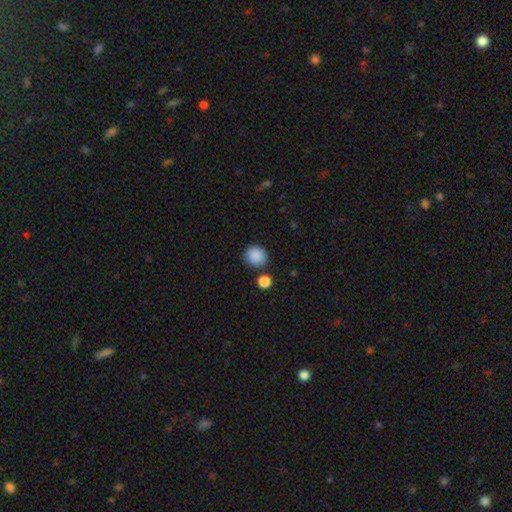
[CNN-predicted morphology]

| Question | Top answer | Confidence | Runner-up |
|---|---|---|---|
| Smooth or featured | smooth | 88% | star or artifact (8%) |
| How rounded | round | 88% | in between (11%) |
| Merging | none | 81% | minor disturbance (10%) |